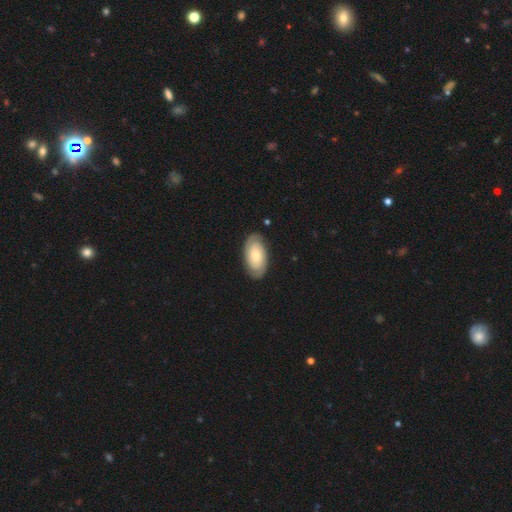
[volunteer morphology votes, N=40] This is possibly a featured or disk galaxy (55%). It is clearly not viewed edge-on (100%). Bar: likely no (73%). Spiral arm pattern: likely yes (77%). Spiral arm count: likely 2 (71%). Spiral winding: clearly tight (82%). Central bulge: marginally moderate (36%, tied with small). Merging: likely none (78%).